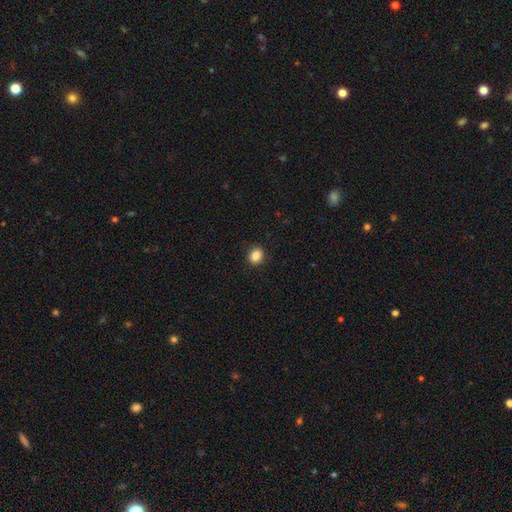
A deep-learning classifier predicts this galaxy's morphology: type=smooth (87%); roundness=round (60%); merging=none (90%).